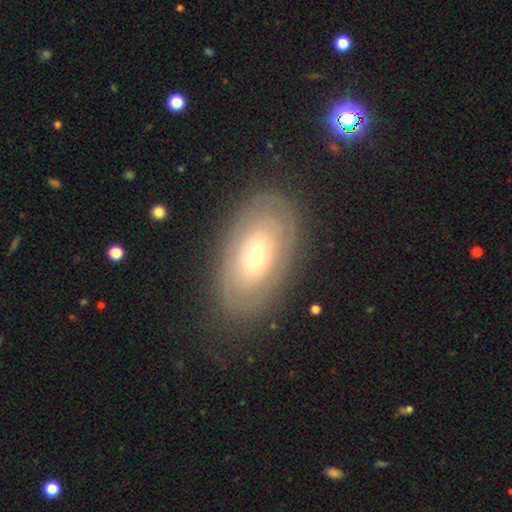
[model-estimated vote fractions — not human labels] A featured or disk galaxy (57%) with no bar (84%), no spiral arms (55%) and a moderate central bulge (48%).

Vote fractions:
- Smooth or featured? featured or disk: 57% / smooth: 35% / star or artifact: 8%
- Edge-on disk? no: 92% / yes: 8%
- Bar? no: 84% / weak: 12% / strong: 4%
- Spiral arms? no: 55% / yes: 45%
- Bulge size? moderate: 48% / small: 45% / large: 5% / dominant: 1% / none: 1%
- Merging? none: 81% / minor disturbance: 12% / major disturbance: 5% / merger: 1%